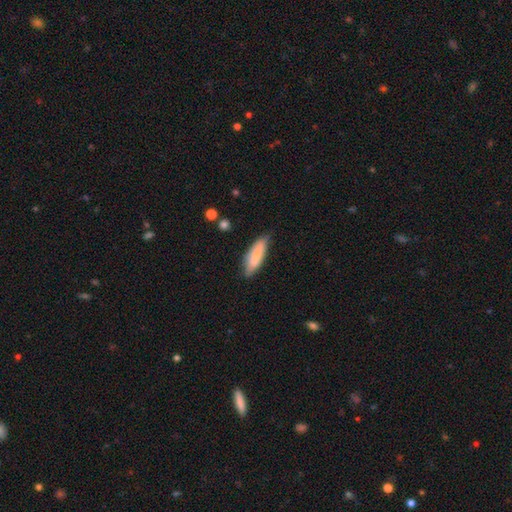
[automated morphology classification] Smooth or featured? Predicted: smooth (p=0.81). How rounded? Predicted: in between (p=0.51). Merging? Predicted: none (p=0.70).